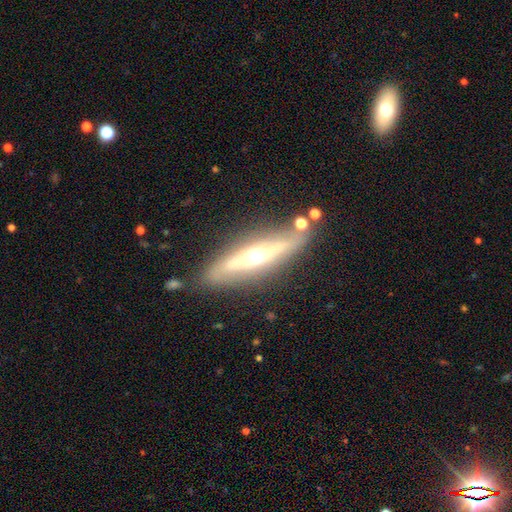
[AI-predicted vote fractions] Smooth or featured? Predicted: featured or disk (p=0.72). Edge-on disk? Predicted: yes (p=0.77). Edge-on bulge? Predicted: rounded (p=0.91). Merging? Predicted: none (p=0.79).